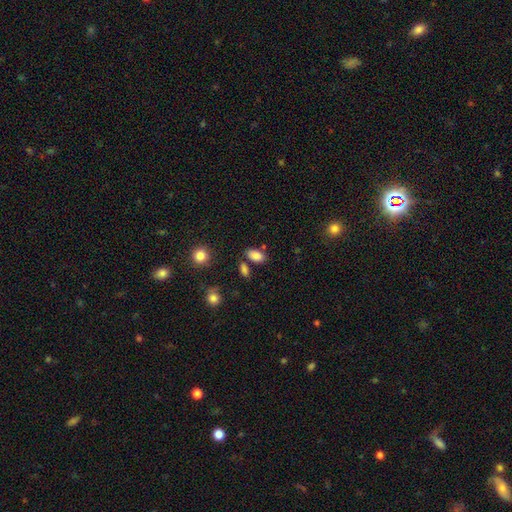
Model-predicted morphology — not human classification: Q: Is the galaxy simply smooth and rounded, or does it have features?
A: smooth — 85%.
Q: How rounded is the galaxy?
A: in between — 92%.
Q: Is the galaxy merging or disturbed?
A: none — 74%.